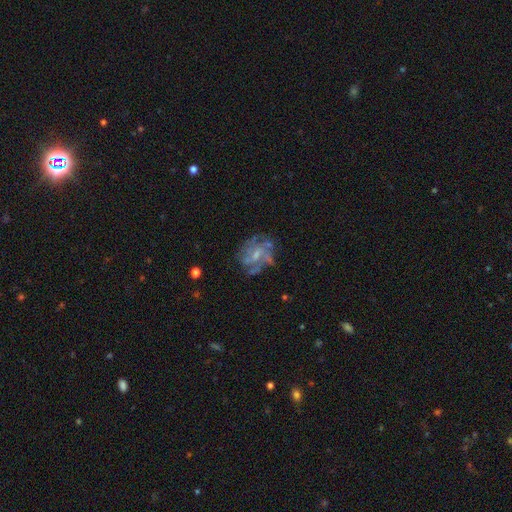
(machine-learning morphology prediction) smooth-or-featured: featured or disk: 73% | smooth: 16% | star or artifact: 11%
  disk-edge-on: no: 97% | yes: 3%
    bar: no: 45% (tied) | weak: 45% (tied) | strong: 10%
    has-spiral-arms: yes: 74% | no: 26%
      spiral-winding: medium: 43% | tight: 35% | loose: 23%
      spiral-arm-count: can't tell: 42% | 3: 17% | 4: 17% | 2: 12% | more than 4: 6% | 1: 5%
    bulge-size: small: 46% | moderate: 33% | none: 17% | large: 2% | dominant: 1%
  merging: none: 62% | minor disturbance: 18% | major disturbance: 16% | merger: 4%